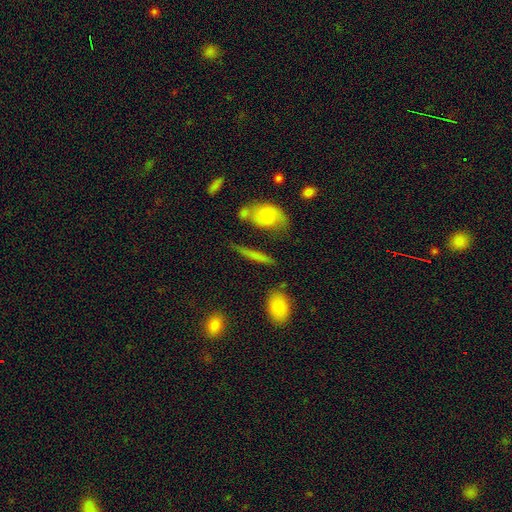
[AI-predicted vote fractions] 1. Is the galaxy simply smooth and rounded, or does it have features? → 54% smooth, 34% featured or disk, 11% star or artifact.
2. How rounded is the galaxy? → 72% cigar-shaped, 20% in between, 8% round.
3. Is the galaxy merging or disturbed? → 68% none, 16% minor disturbance, 9% merger, 7% major disturbance.